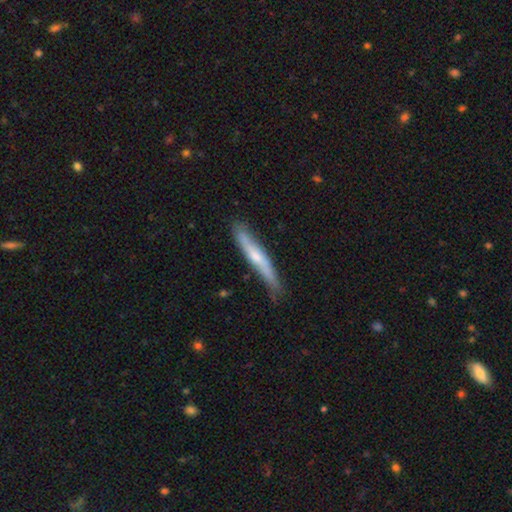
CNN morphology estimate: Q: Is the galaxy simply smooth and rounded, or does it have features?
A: smooth — 48%.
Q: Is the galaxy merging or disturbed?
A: none — 76%.